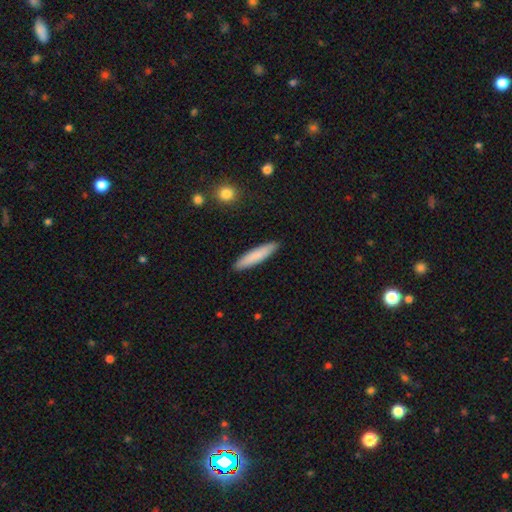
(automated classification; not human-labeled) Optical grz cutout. It shows a smooth galaxy with no disk features (82%) that is cigar-shaped (87%). Merging: none (91%).